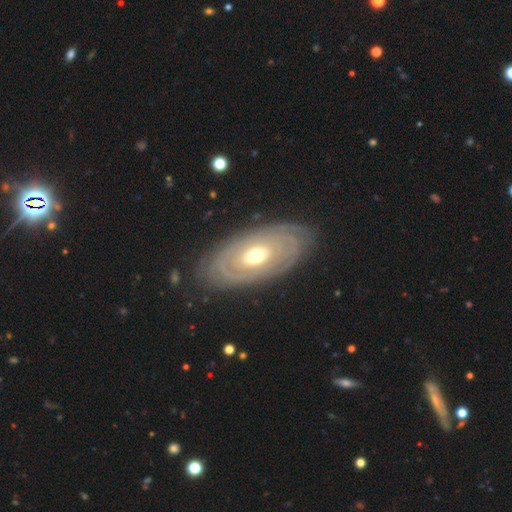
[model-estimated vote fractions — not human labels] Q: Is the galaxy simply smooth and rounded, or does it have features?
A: featured or disk — 81%.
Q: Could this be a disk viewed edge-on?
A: no — 92%.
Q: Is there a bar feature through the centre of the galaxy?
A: no — 71%.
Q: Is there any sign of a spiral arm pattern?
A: yes — 81%.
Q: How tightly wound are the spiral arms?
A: tight — 84%.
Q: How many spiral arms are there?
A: can't tell — 52%.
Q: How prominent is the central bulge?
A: moderate — 67%.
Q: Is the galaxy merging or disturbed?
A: none — 82%.